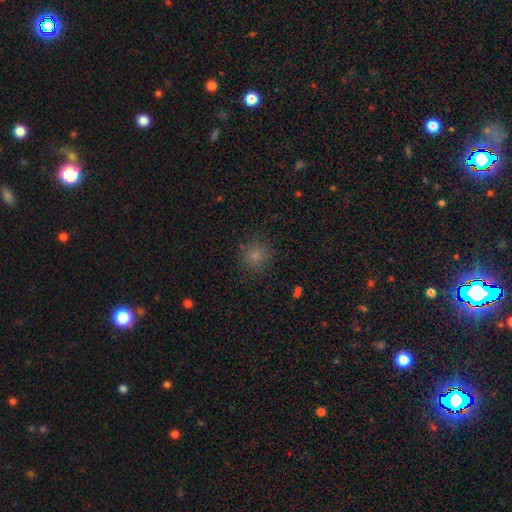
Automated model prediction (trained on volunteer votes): Q: Smooth or featured?
A: smooth (77%); runner-up: star or artifact (17%)
Q: How rounded?
A: round (91%); runner-up: in between (8%)
Q: Merging?
A: none (87%); runner-up: minor disturbance (9%)